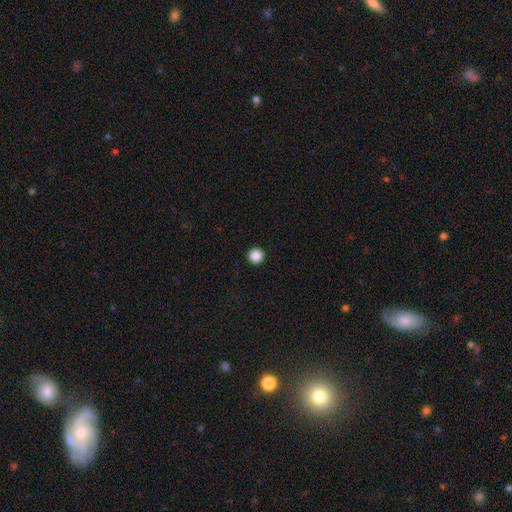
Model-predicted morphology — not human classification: smooth-or-featured: smooth: 87% | star or artifact: 10% | featured or disk: 3%
  how-rounded: round: 97% | in between: 2% | cigar-shaped: 1%
  merging: none: 94% | minor disturbance: 4% | major disturbance: 1% | merger: 1%